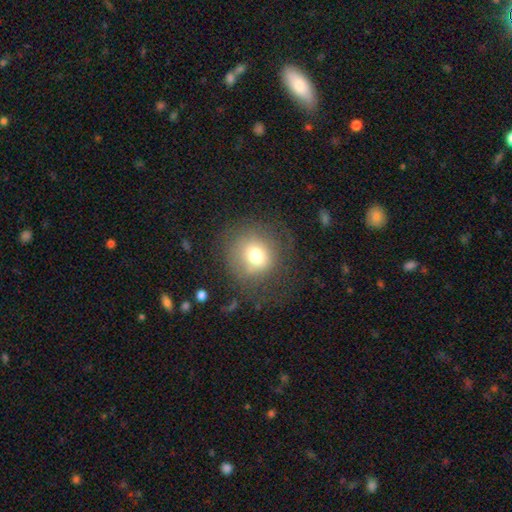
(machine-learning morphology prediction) A smooth galaxy with no disk features (68%) that is round (89%).

Vote fractions:
- Smooth or featured? smooth: 68% / featured or disk: 19% / star or artifact: 13%
- How rounded? round: 89% / in between: 10% / cigar-shaped: 1%
- Merging? none: 64% / major disturbance: 17% / minor disturbance: 17% / merger: 2%